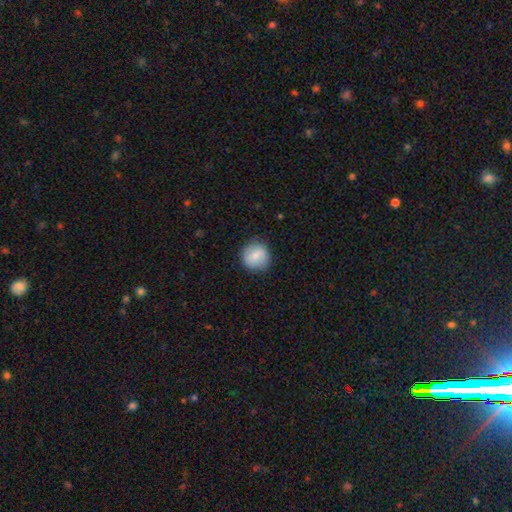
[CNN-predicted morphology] This appears to be a smooth galaxy with no disk features (79%) that is round (89%). Merging: none (85%).